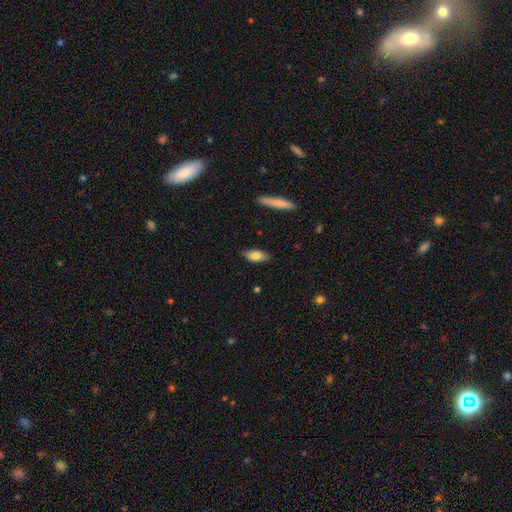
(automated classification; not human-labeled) Smooth or featured: smooth — 81% (featured or disk — 13%)
How rounded: in between — 80% (cigar-shaped — 17%)
Merging: none — 86% (minor disturbance — 10%)